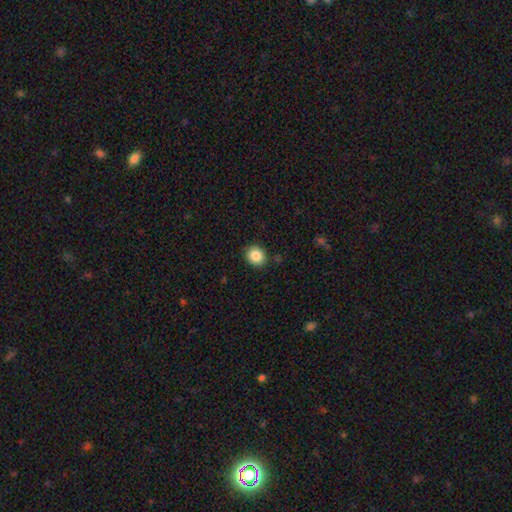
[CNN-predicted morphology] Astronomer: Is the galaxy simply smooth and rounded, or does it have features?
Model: smooth — 86%.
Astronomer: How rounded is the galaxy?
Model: round — 78%.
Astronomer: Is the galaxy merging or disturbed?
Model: none — 89%.